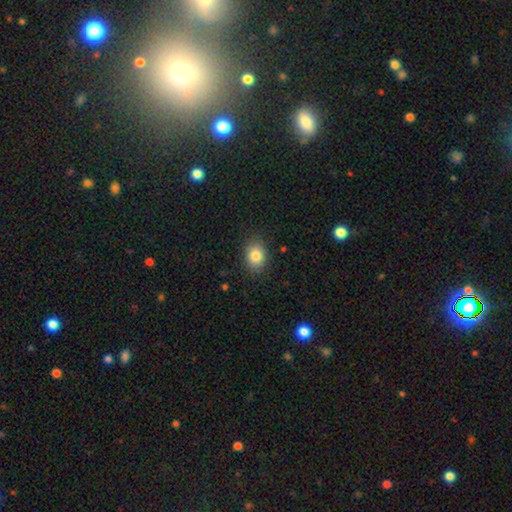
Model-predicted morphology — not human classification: This appears to be a smooth galaxy with no disk features (84%) that is in between round and cigar-shaped (59%). Merging: none (86%).